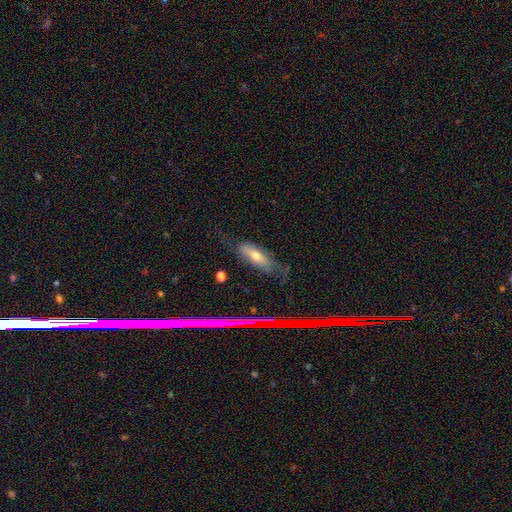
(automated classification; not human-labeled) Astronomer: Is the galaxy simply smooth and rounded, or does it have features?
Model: smooth — 49% (runner-up: featured or disk, 38%).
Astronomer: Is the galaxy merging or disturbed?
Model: none — 60%.